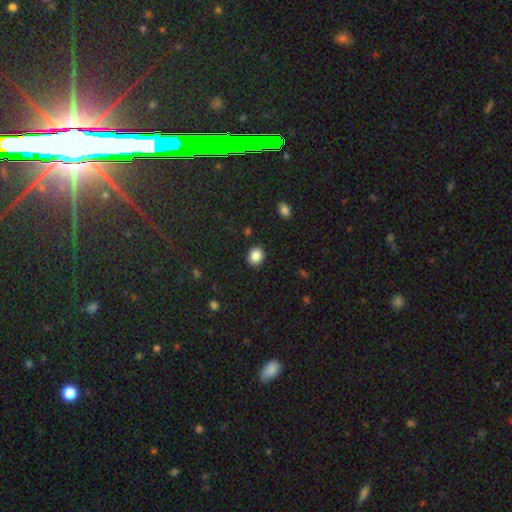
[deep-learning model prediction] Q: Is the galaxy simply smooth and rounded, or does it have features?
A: smooth — 86%.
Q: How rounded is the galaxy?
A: round — 74%.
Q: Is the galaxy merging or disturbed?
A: none — 90%.